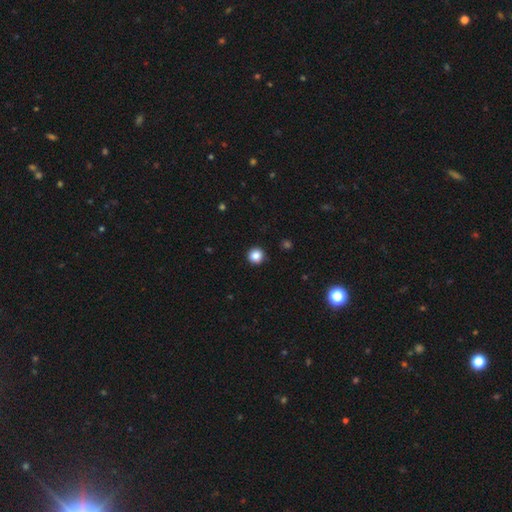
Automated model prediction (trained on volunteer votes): Smooth or featured? smooth (86%)
How rounded? round (95%)
Merging? none (93%)